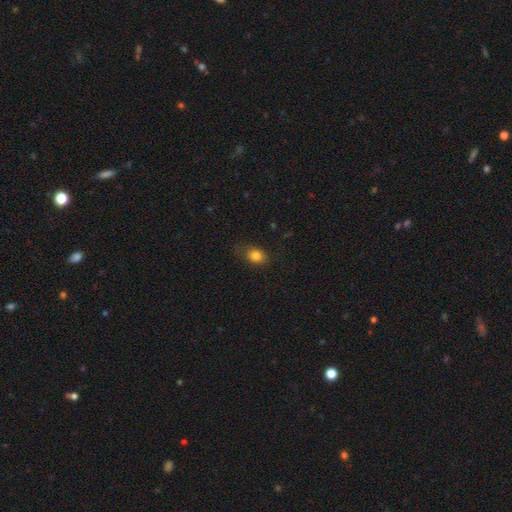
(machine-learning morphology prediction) type=smooth (81%); roundness=in between (54%); merging=none (71%).